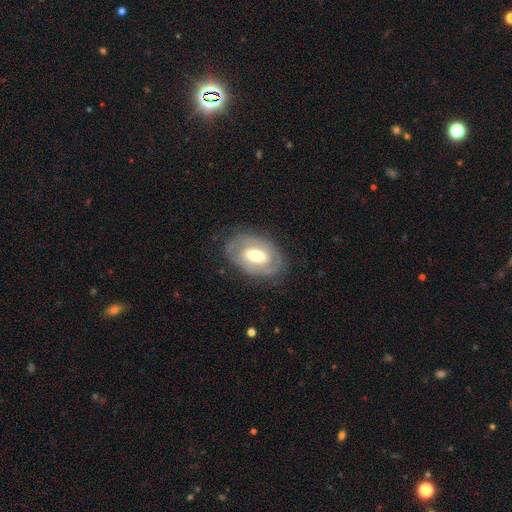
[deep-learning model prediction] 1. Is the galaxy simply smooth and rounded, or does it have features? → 60% featured or disk, 34% smooth, 6% star or artifact.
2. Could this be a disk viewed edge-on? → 92% no, 8% yes.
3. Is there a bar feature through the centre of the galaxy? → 39% no, 37% weak, 24% strong.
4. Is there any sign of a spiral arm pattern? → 52% no, 48% yes.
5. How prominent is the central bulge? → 62% moderate, 22% large, 13% small, 2% dominant, 1% none.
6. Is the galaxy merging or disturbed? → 76% none, 16% minor disturbance, 7% major disturbance, 1% merger.